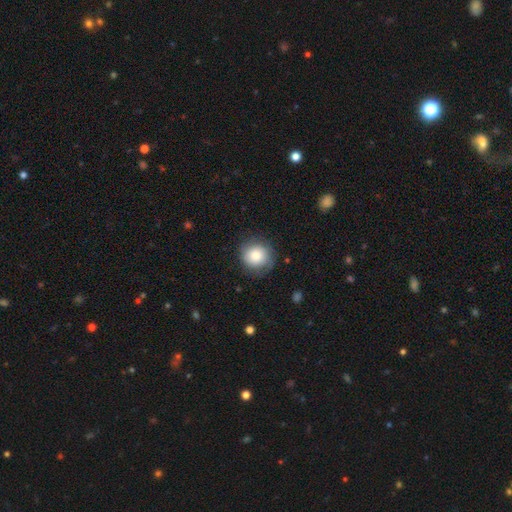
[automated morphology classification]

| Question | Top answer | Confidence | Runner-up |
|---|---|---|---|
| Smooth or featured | smooth | 78% | featured or disk (14%) |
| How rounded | round | 91% | in between (8%) |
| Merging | none | 78% | minor disturbance (16%) |